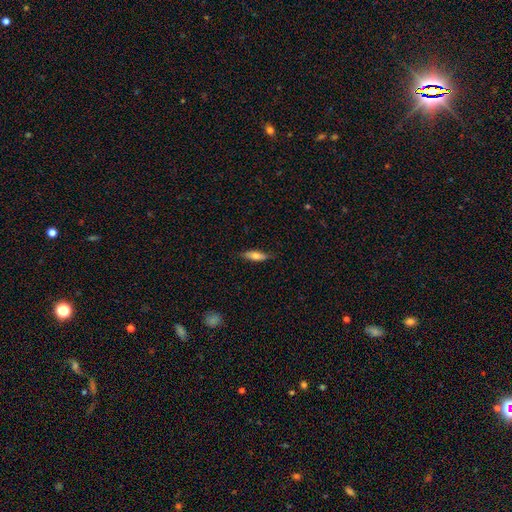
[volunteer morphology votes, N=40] Smooth or featured?
  - smooth: 65% *
  - featured or disk: 28%
  - star or artifact: 8%
How rounded?
  - in between: 54% *
  - cigar-shaped: 42%
  - round: 4%
Merging?
  - none: 89% *
  - minor disturbance: 11%
  - major disturbance: 0%
  - merger: 0%